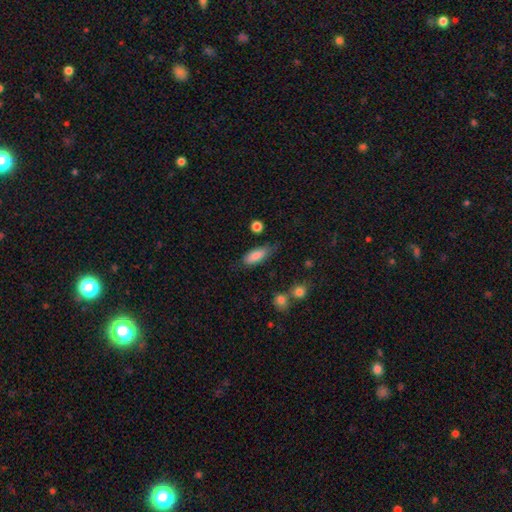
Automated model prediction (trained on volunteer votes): smooth_or_featured: smooth (p=0.84) [alt: featured or disk p=0.10]
how_rounded: in between (p=0.76) [alt: cigar-shaped p=0.21]
merging: none (p=0.65) [alt: minor disturbance p=0.25]